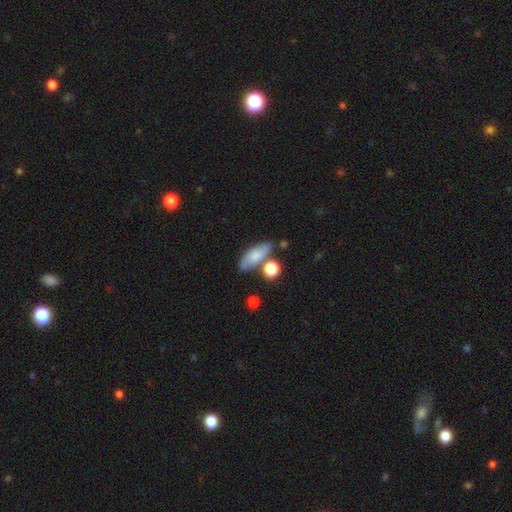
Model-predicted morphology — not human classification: Q: Smooth or featured?
A: smooth (69%); runner-up: featured or disk (23%)
Q: How rounded?
A: in between (75%); runner-up: cigar-shaped (19%)
Q: Merging?
A: none (63%); runner-up: minor disturbance (18%)